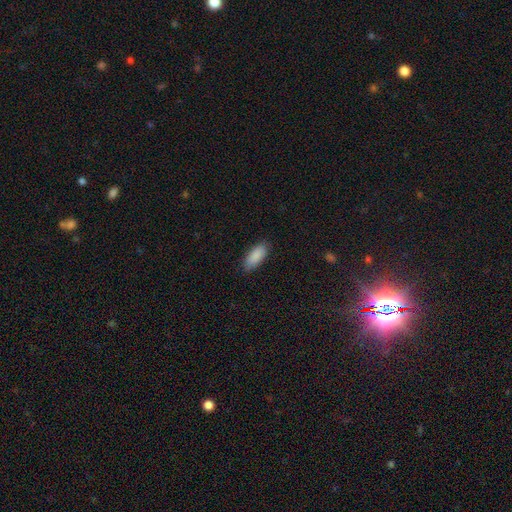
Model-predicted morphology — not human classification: smooth-or-featured: smooth: 90% | star or artifact: 6% | featured or disk: 5%
  how-rounded: in between: 82% | cigar-shaped: 17% | round: 2%
  merging: none: 87% | minor disturbance: 11% | major disturbance: 2% | merger: 1%